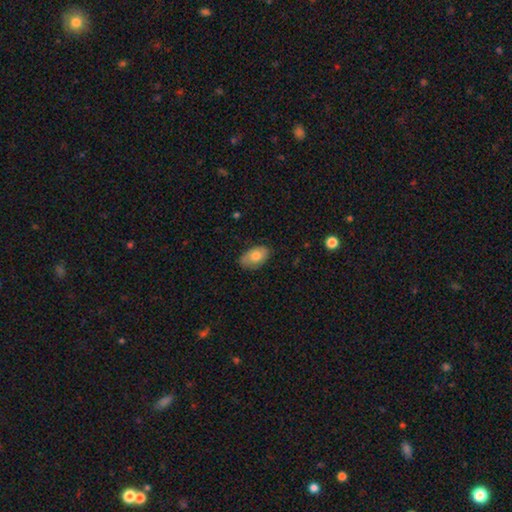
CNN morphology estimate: Q: Smooth or featured?
A: smooth (77%); runner-up: featured or disk (16%)
Q: How rounded?
A: in between (92%); runner-up: round (6%)
Q: Merging?
A: none (77%); runner-up: minor disturbance (19%)